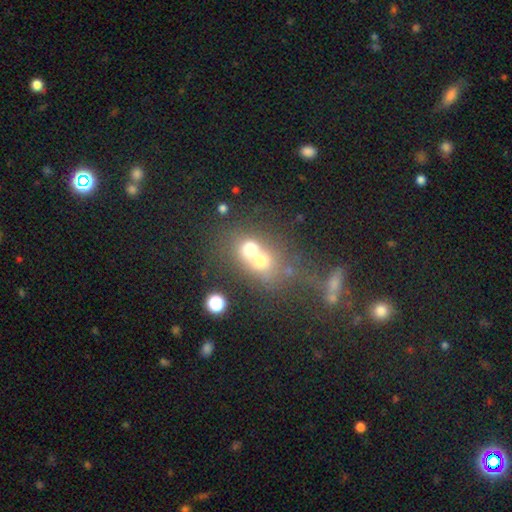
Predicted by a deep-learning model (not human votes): Smooth or featured? Predicted: smooth (p=0.59). How rounded? Predicted: round (p=0.68). Merging? Predicted: merger (p=0.63).